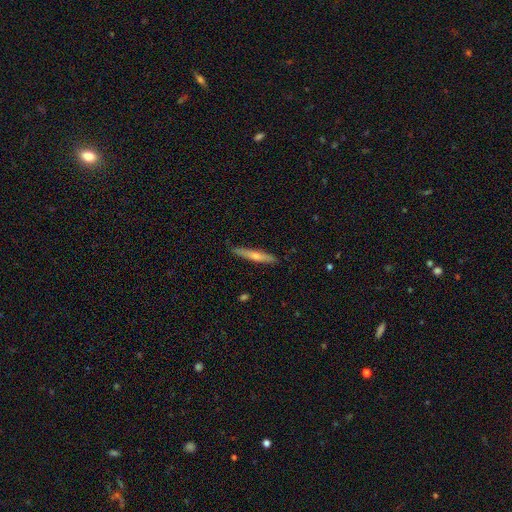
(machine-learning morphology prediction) featured or disk 50%, smooth 44%, star or artifact 6%. Down the decision tree: merging — none (87%).